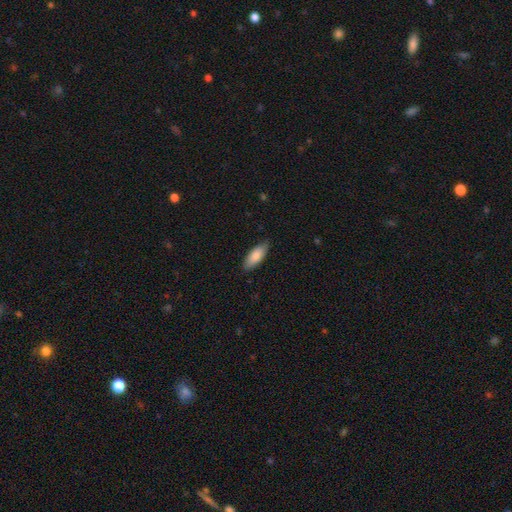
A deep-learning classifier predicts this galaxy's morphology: A smooth galaxy with no disk features (84%) that is in between round and cigar-shaped (76%).

Vote fractions:
- Smooth or featured? smooth: 84% / featured or disk: 11% / star or artifact: 5%
- How rounded? in between: 76% / cigar-shaped: 23% / round: 2%
- Merging? none: 84% / minor disturbance: 13% / major disturbance: 2% / merger: 1%